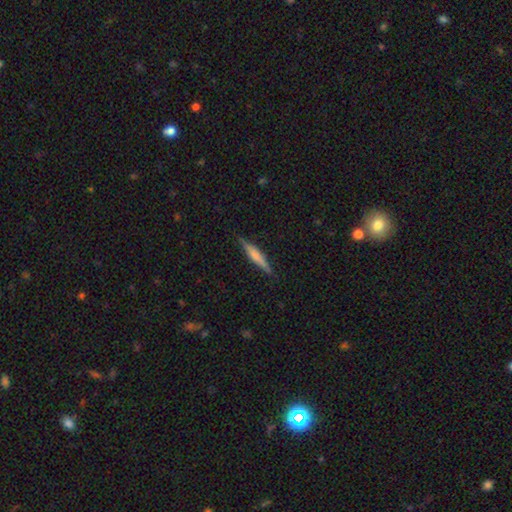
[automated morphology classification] Q: Smooth or featured?
A: featured or disk (48%); runner-up: smooth (46%)
Q: Merging?
A: none (86%); runner-up: minor disturbance (10%)